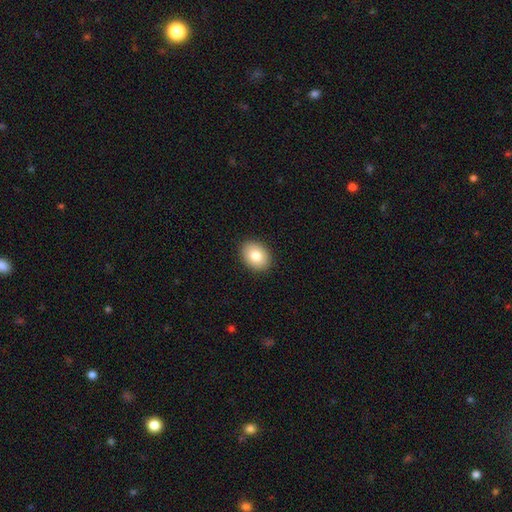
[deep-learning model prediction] A smooth galaxy with no disk features (82%) that is in between round and cigar-shaped (65%).

Vote fractions:
- Smooth or featured? smooth: 82% / featured or disk: 10% / star or artifact: 8%
- How rounded? in between: 65% / round: 34% / cigar-shaped: 1%
- Merging? none: 90% / minor disturbance: 7% / major disturbance: 2% / merger: 1%